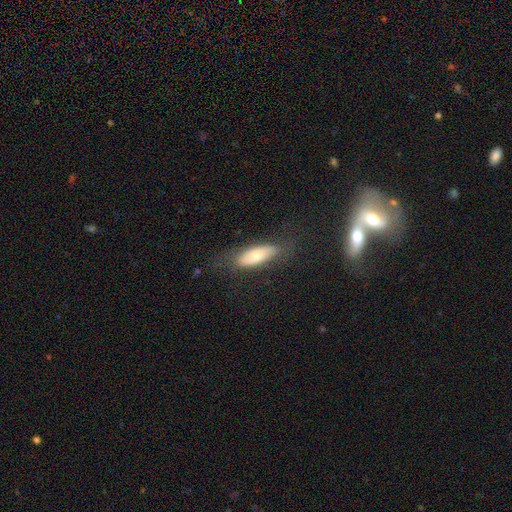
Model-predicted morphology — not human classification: smooth_or_featured: smooth (p=0.66) [alt: featured or disk p=0.27]
how_rounded: in between (p=0.71) [alt: cigar-shaped p=0.27]
merging: none (p=0.71) [alt: minor disturbance p=0.19]